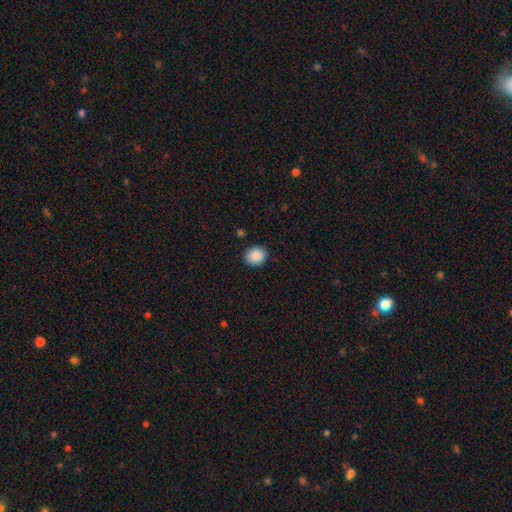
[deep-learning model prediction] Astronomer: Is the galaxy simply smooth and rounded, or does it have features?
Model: smooth — 89%.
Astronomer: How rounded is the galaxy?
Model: round — 74%.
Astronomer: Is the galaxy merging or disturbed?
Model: none — 89%.